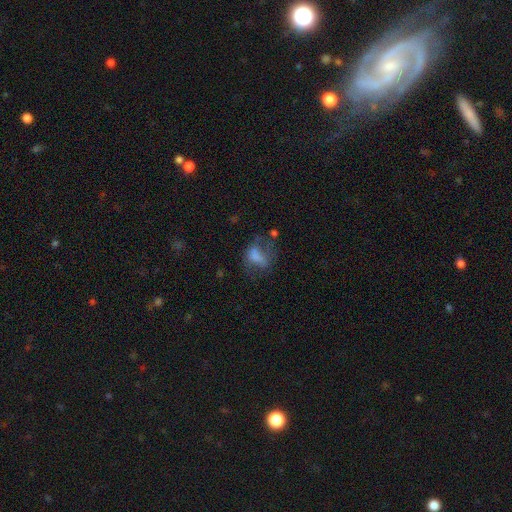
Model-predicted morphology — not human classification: The model was most divided on "merging": none: 37%, major disturbance: 34%, minor disturbance: 22%, merger: 6%. More confident: how rounded — in between (70%); smooth or featured — smooth (51%).